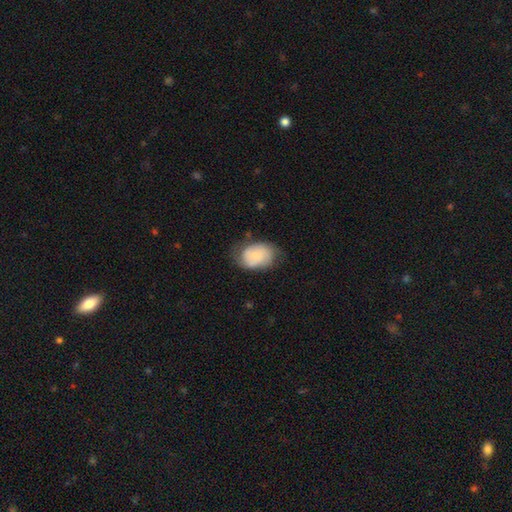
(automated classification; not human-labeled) Overall: smooth (61%; featured or disk 32%). How rounded: in between (81%). Merging: none (59%; minor disturbance 29%).